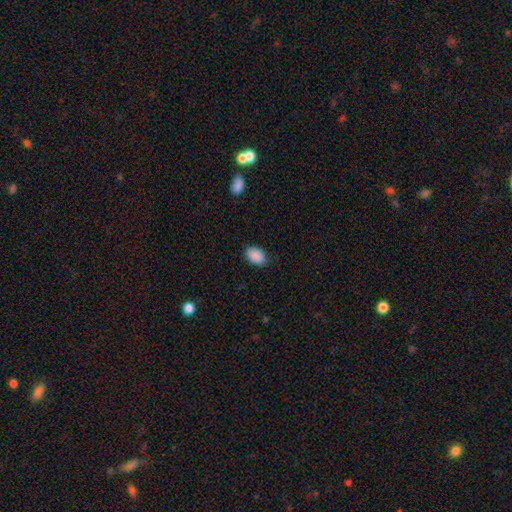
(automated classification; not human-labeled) Smooth or featured: smooth — 90% (star or artifact — 7%)
How rounded: in between — 86% (round — 13%)
Merging: none — 85% (minor disturbance — 12%)